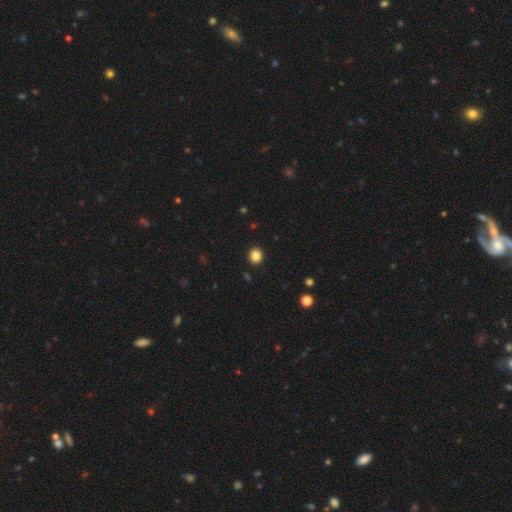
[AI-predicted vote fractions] smooth-or-featured: smooth: 85% | star or artifact: 11% | featured or disk: 4%
  how-rounded: round: 78% | in between: 21% | cigar-shaped: 1%
  merging: none: 92% | minor disturbance: 5% | major disturbance: 2% | merger: 1%